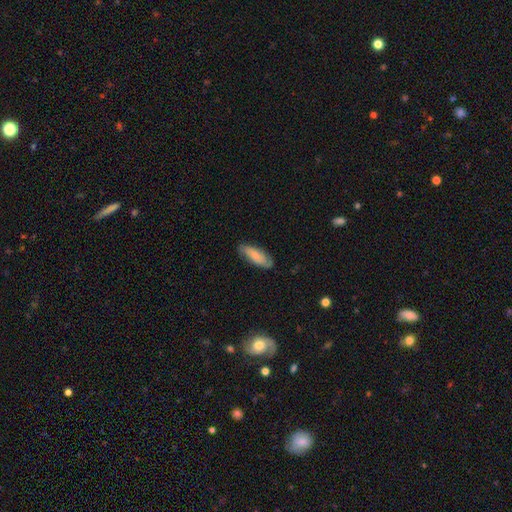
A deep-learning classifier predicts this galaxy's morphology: A smooth galaxy with no disk features (65%) that is in between round and cigar-shaped (68%).

Vote fractions:
- Smooth or featured? smooth: 65% / featured or disk: 29% / star or artifact: 6%
- How rounded? in between: 68% / cigar-shaped: 30% / round: 2%
- Merging? none: 77% / minor disturbance: 18% / major disturbance: 3% / merger: 1%